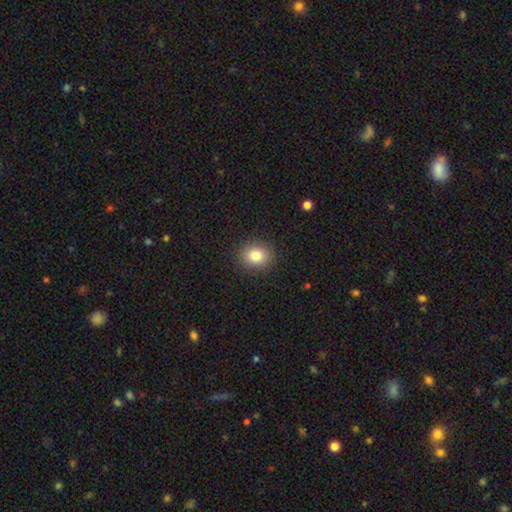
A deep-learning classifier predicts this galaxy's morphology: Smooth or featured? Predicted: smooth (p=0.83). How rounded? Predicted: round (p=0.72). Merging? Predicted: none (p=0.90).